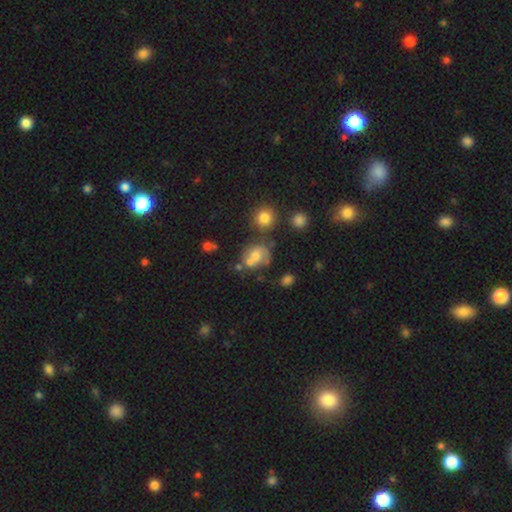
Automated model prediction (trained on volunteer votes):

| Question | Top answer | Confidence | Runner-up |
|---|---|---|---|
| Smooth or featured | smooth | 56% | featured or disk (28%) |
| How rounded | round | 64% | in between (35%) |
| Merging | none | 41% | merger (31%) |